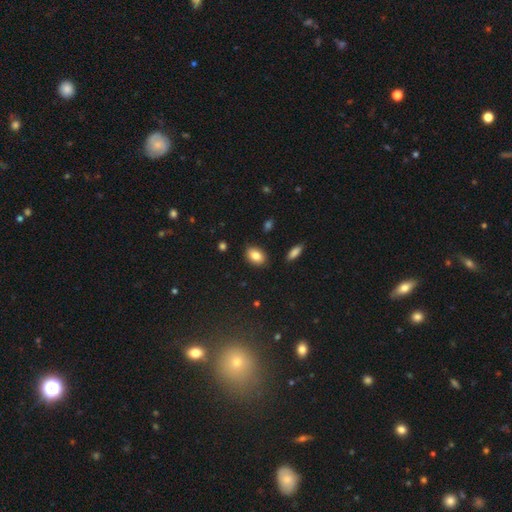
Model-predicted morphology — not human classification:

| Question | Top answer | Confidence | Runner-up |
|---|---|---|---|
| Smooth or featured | smooth | 84% | featured or disk (8%) |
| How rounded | in between | 85% | round (14%) |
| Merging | none | 87% | minor disturbance (9%) |